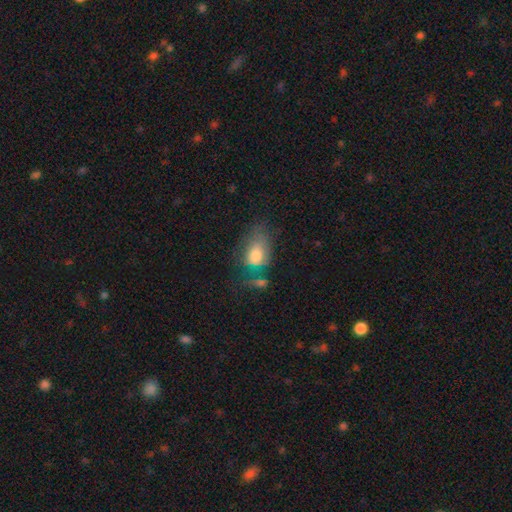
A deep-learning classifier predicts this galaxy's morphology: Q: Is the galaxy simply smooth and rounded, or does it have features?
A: smooth — 71%.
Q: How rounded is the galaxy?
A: in between — 81%.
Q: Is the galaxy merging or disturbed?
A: none — 32%.